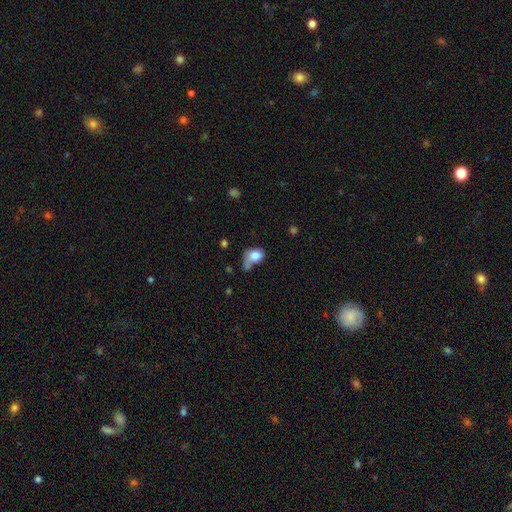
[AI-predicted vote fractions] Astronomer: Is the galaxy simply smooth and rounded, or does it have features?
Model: smooth — 78%.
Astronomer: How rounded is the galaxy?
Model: in between — 61% (runner-up: round, 38%).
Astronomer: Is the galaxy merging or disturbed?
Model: none — 29% (runner-up: minor disturbance, 27%).